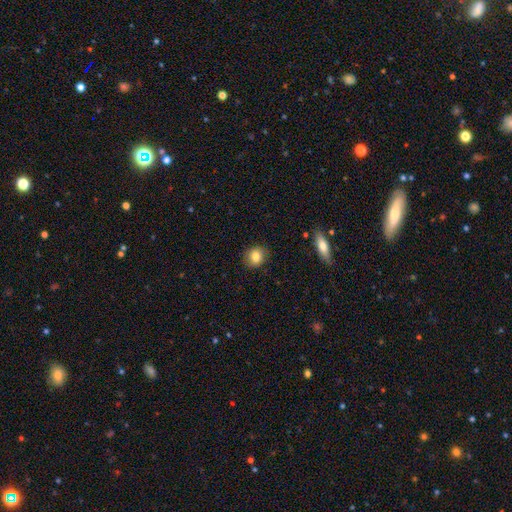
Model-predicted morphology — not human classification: Q: Smooth or featured?
A: smooth (83%); runner-up: star or artifact (9%)
Q: How rounded?
A: round (73%); runner-up: in between (26%)
Q: Merging?
A: none (87%); runner-up: minor disturbance (9%)